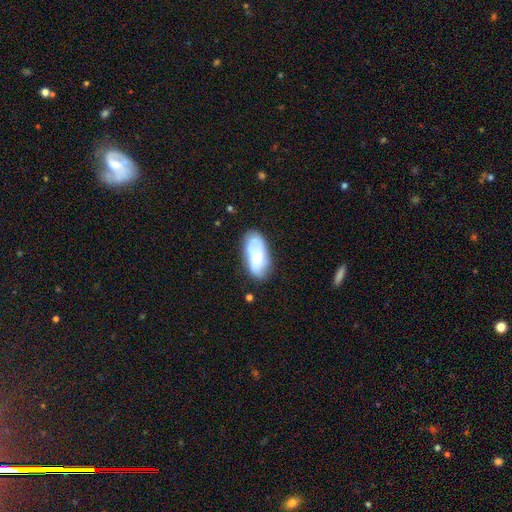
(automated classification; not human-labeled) A smooth galaxy with no disk features (62%) that is in between round and cigar-shaped (89%).

Vote fractions:
- Smooth or featured? smooth: 62% / featured or disk: 31% / star or artifact: 7%
- How rounded? in between: 89% / cigar-shaped: 8% / round: 2%
- Merging? none: 74% / minor disturbance: 19% / major disturbance: 5% / merger: 2%